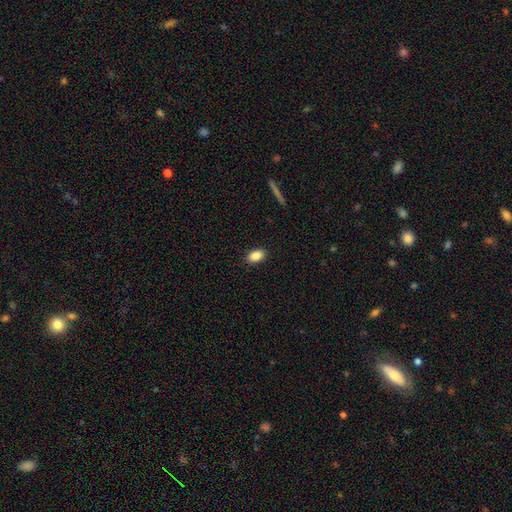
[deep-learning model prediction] Smooth or featured?
  - smooth: 88% *
  - star or artifact: 8%
  - featured or disk: 4%
How rounded?
  - in between: 90% *
  - round: 9%
  - cigar-shaped: 2%
Merging?
  - none: 88% *
  - minor disturbance: 9%
  - major disturbance: 2%
  - merger: 1%